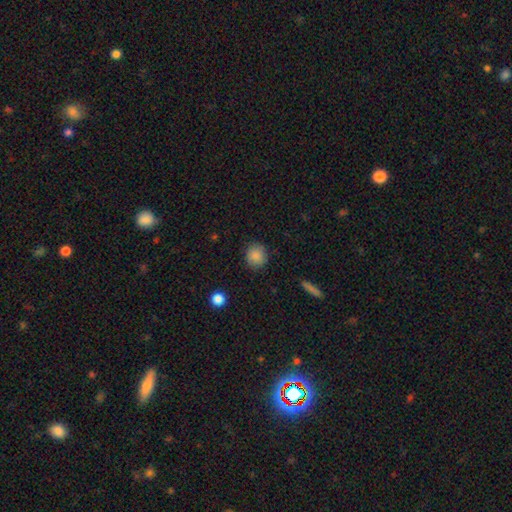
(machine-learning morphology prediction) A smooth galaxy with no disk features (87%) that is round (85%). Merging: none (87%).